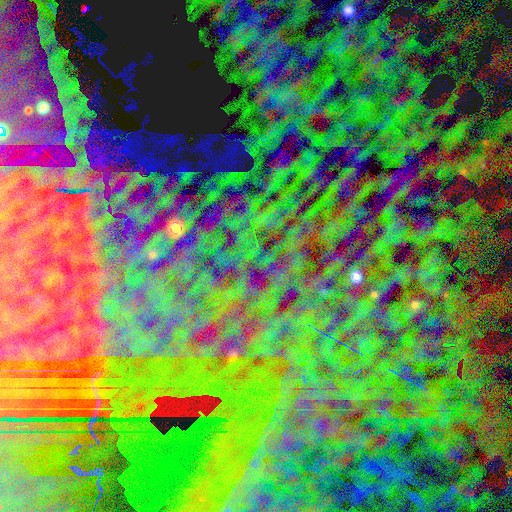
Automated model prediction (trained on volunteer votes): This is clearly a star or artifact rather than a galaxy (85%).